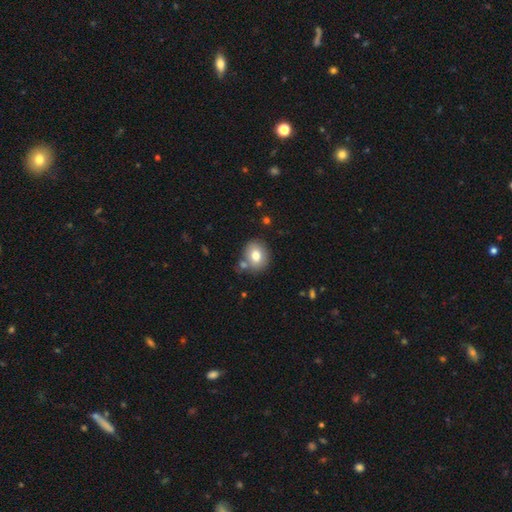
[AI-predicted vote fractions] Smooth or featured? Predicted: smooth (p=0.76). How rounded? Predicted: round (p=0.58). Merging? Predicted: none (p=0.71).